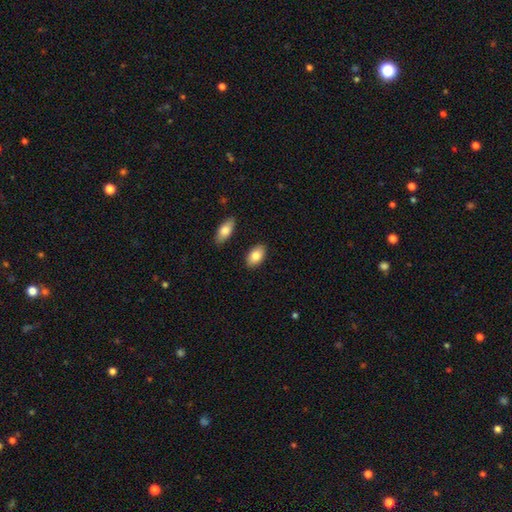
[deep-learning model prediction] Smooth or featured? Predicted: smooth (p=0.83). How rounded? Predicted: in between (p=0.92). Merging? Predicted: none (p=0.87).